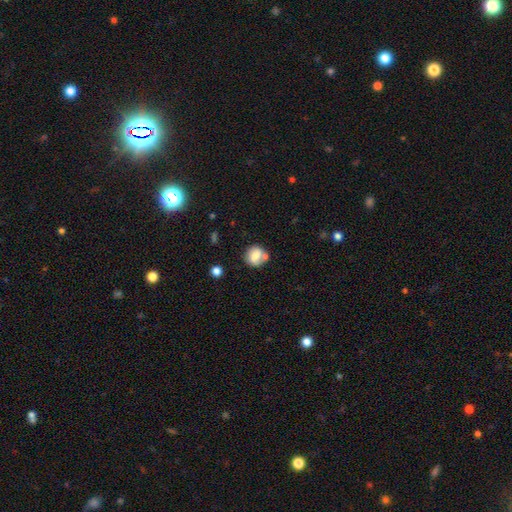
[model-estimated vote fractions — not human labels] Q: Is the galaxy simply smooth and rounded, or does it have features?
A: smooth — 71%.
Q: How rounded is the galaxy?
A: round — 83%.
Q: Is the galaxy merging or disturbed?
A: none — 57%.